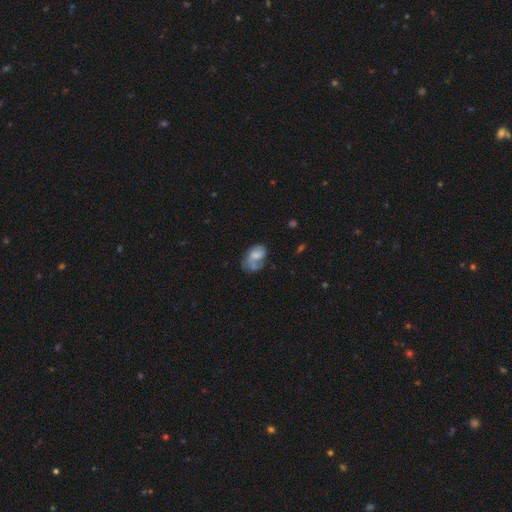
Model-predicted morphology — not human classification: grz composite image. It shows a smooth galaxy with no disk features (51%) that is in between round and cigar-shaped (83%). Merging: none (34%).